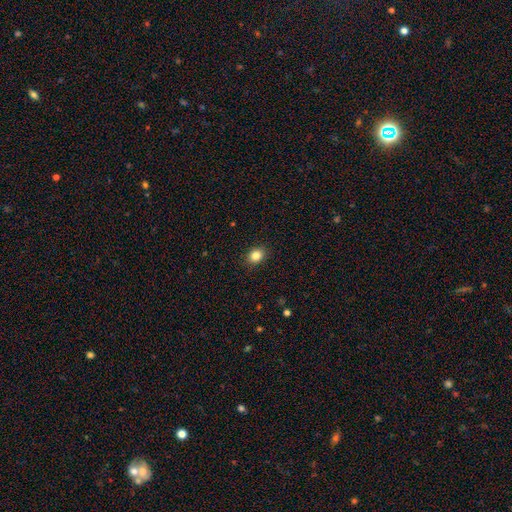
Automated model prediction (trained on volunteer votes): Smooth or featured? smooth (84%)
How rounded? round (58%)
Merging? none (90%)